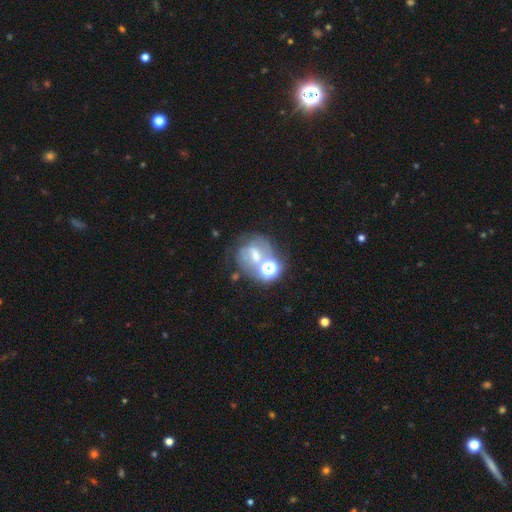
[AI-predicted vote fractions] smooth_or_featured: featured or disk (p=0.51) [alt: star or artifact p=0.25]
disk_edge_on: no (p=0.96) [alt: yes p=0.04]
merging: none (p=0.45) [alt: merger p=0.27]